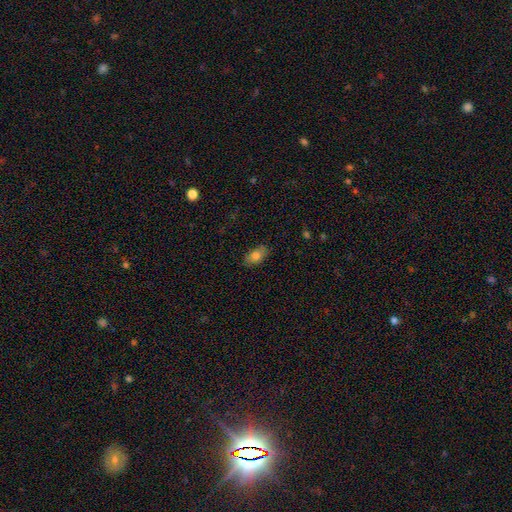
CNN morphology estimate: type=smooth (79%); roundness=in between (88%); merging=none (83%).